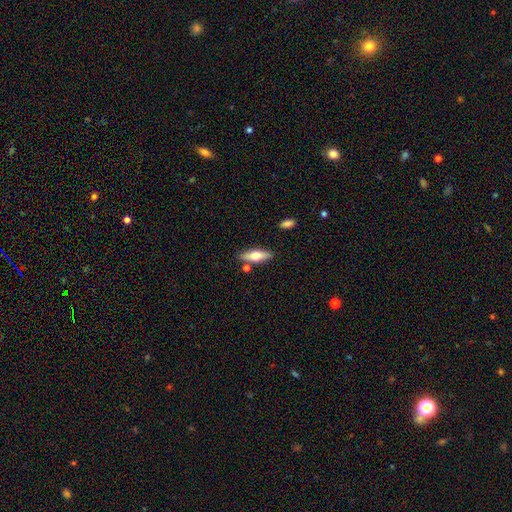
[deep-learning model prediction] Smooth or featured?
  - smooth: 58% *
  - featured or disk: 36%
  - star or artifact: 6%
How rounded?
  - in between: 49% *
  - cigar-shaped: 48%
  - round: 3%
Merging?
  - none: 80% *
  - minor disturbance: 11%
  - merger: 6%
  - major disturbance: 2%